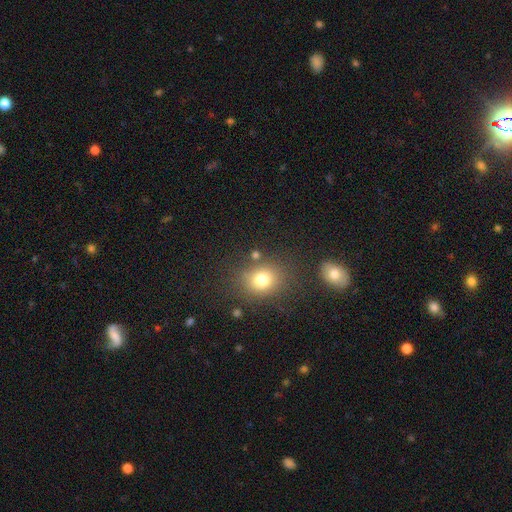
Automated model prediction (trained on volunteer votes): Morphology: type=smooth (77%); roundness=round (64%); merging=none (77%).